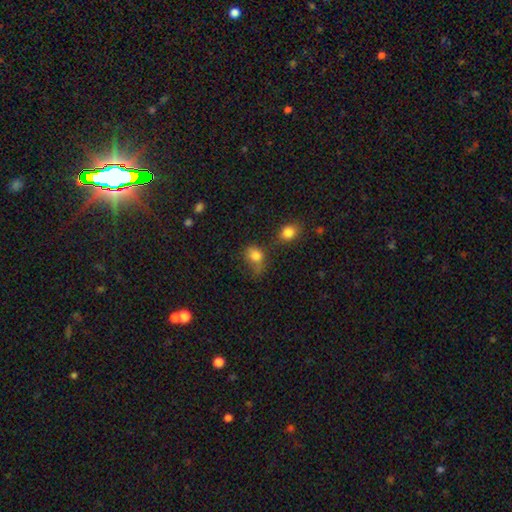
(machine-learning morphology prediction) The model was most divided on "how rounded": in between: 52%, round: 47%, cigar-shaped: 1%. Remaining: smooth or featured — smooth (79%); merging — none (39%).